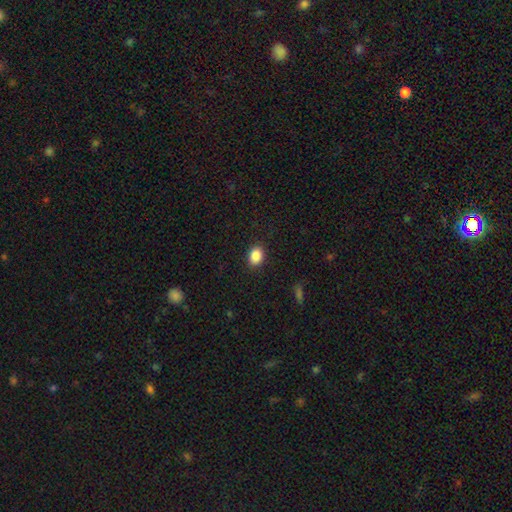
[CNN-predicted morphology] Smooth or featured: smooth — 88% (star or artifact — 8%)
How rounded: in between — 68% (round — 31%)
Merging: none — 89% (minor disturbance — 8%)